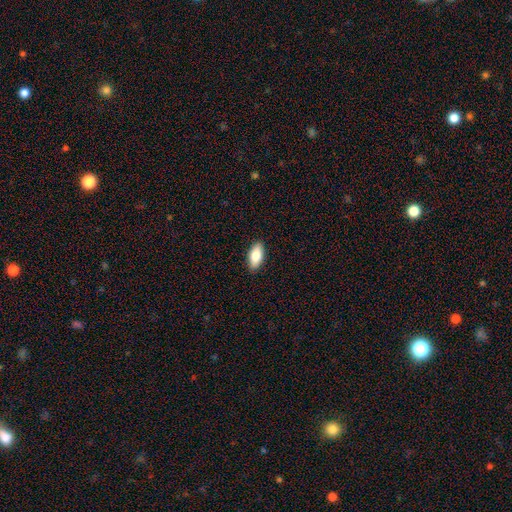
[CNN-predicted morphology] This appears to be a smooth galaxy with no disk features (81%) that is in between round and cigar-shaped (87%). Merging: none (89%).